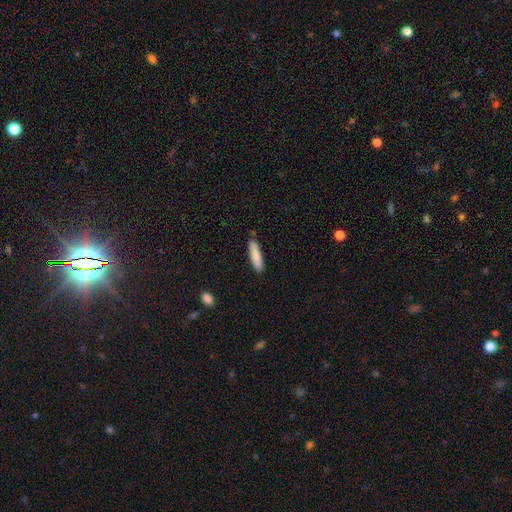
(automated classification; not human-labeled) Overall: smooth (86%). How rounded: cigar-shaped (70%). Merging: none (87%).